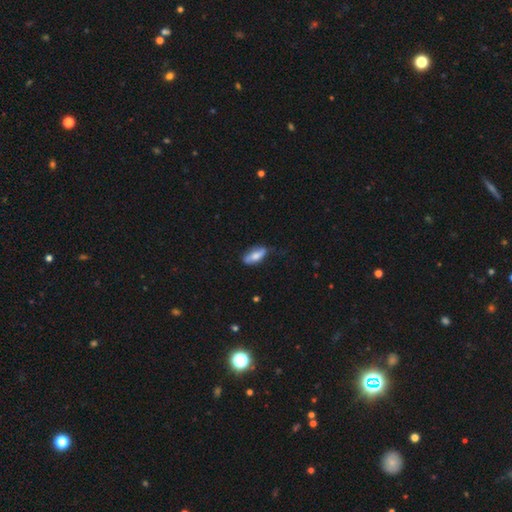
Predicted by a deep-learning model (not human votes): smooth_or_featured: smooth (p=0.69) [alt: featured or disk p=0.24]
how_rounded: in between (p=0.74) [alt: cigar-shaped p=0.24]
merging: none (p=0.65) [alt: minor disturbance p=0.27]